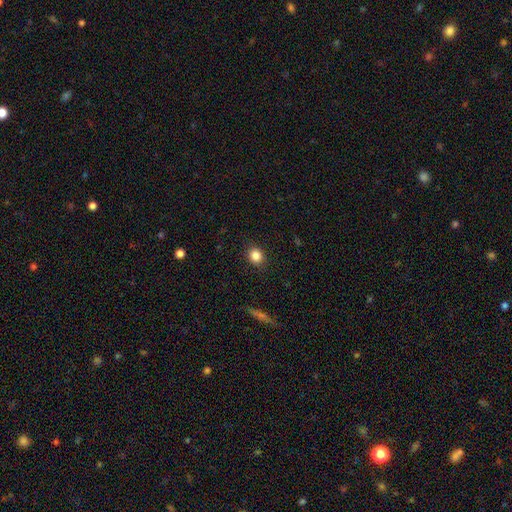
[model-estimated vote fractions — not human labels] The model was most divided on "how rounded": round: 73%, in between: 26%, cigar-shaped: 1%. More confident: merging — none (89%); smooth or featured — smooth (84%).